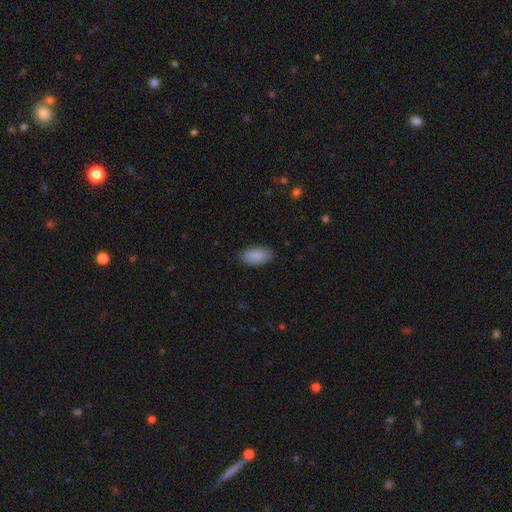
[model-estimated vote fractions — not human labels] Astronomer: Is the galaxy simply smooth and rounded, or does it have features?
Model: smooth — 88%.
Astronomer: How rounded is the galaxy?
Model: in between — 95%.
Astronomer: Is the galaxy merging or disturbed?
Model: none — 85%.